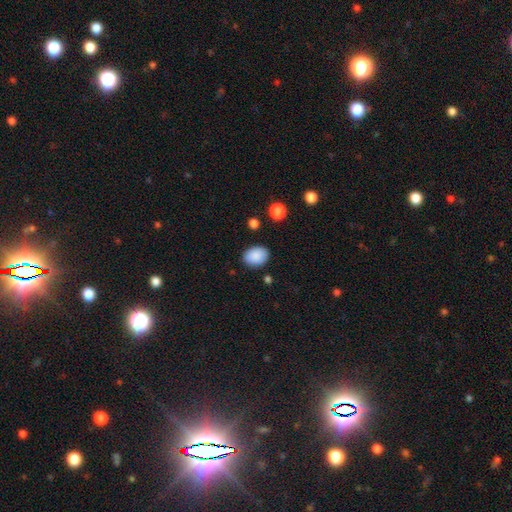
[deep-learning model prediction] smooth-or-featured: smooth: 89% | star or artifact: 7% | featured or disk: 4%
  how-rounded: in between: 70% | round: 29% | cigar-shaped: 1%
  merging: none: 84% | minor disturbance: 11% | major disturbance: 3% | merger: 2%